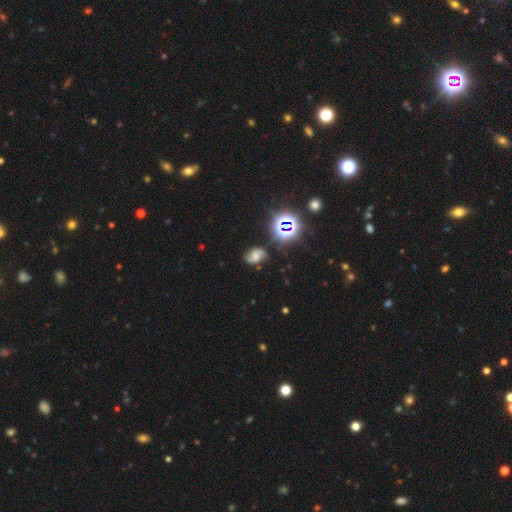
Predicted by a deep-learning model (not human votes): Morphology: type=featured or disk (49%); merging=none (70%).